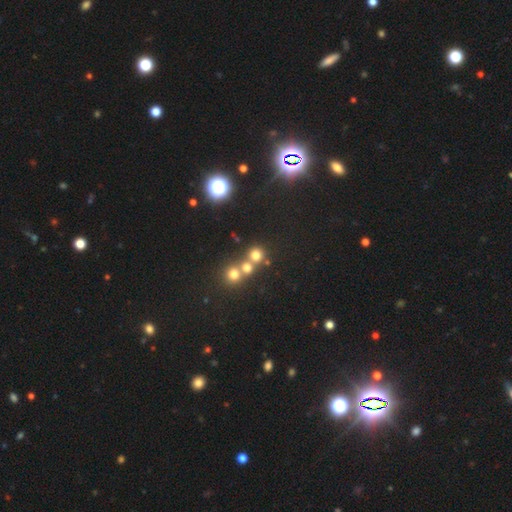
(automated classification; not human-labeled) Overall: smooth (68%). How rounded: round (88%). Merging: none (50%; merger 41%).